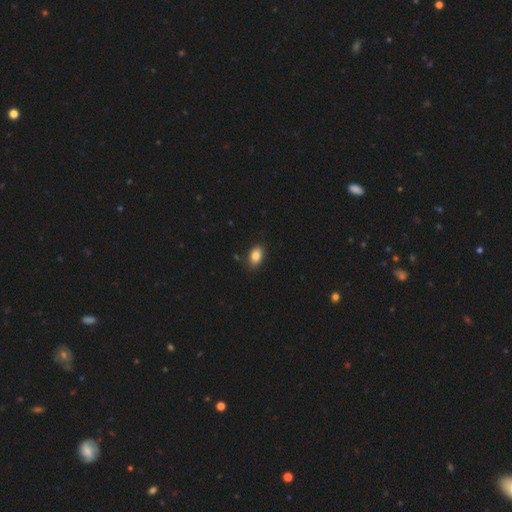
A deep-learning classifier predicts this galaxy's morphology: Overall: smooth (85%). How rounded: in between (86%). Merging: none (85%).